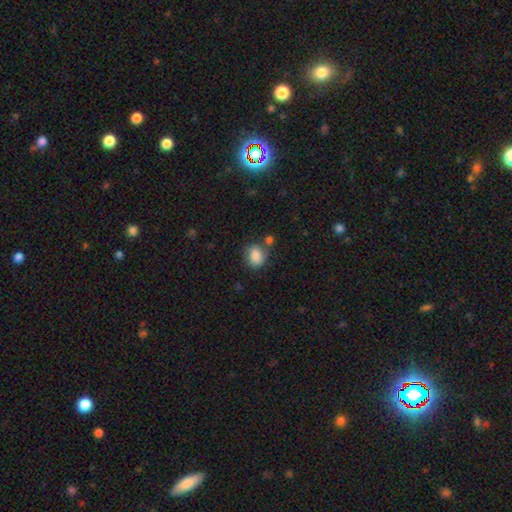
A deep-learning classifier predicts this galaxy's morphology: smooth-or-featured: smooth: 84% | star or artifact: 9% | featured or disk: 7%
  how-rounded: round: 50% | in between: 49% | cigar-shaped: 1%
  merging: none: 64% | minor disturbance: 16% | merger: 15% | major disturbance: 5%